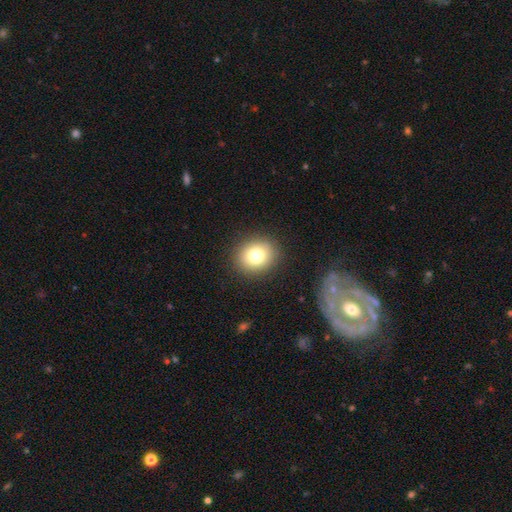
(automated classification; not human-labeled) The model was most divided on "how rounded": round: 70%, in between: 29%, cigar-shaped: 1%. More confident: merging — none (90%); smooth or featured — smooth (78%).